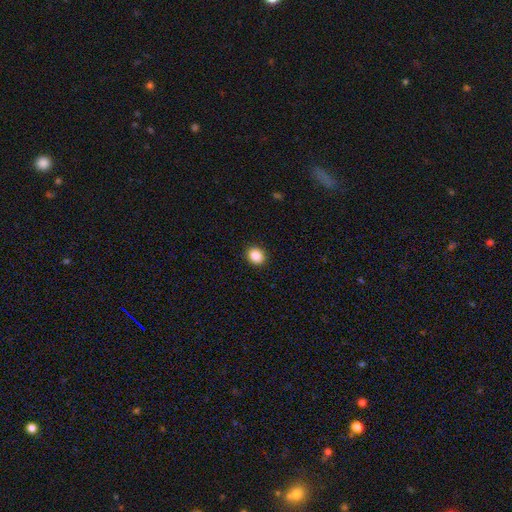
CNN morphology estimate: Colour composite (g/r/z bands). It shows a smooth galaxy with no disk features (88%) that is round (62%). Merging: none (91%).